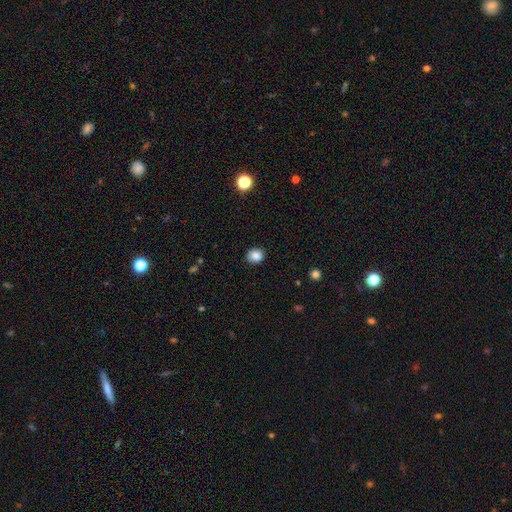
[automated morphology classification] The model was most divided on "how rounded": round: 69%, in between: 31%, cigar-shaped: 1%. More confident: merging — none (88%); smooth or featured — smooth (86%).